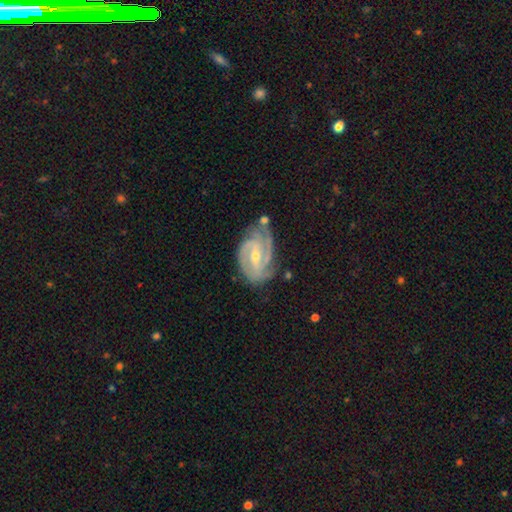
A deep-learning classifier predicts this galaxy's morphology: Smooth or featured?
  - featured or disk: 91% *
  - star or artifact: 5%
  - smooth: 5%
Edge-on disk?
  - no: 97% *
  - yes: 3%
Bar?
  - weak: 48% *
  - strong: 31%
  - no: 21%
Spiral arms?
  - yes: 98% *
  - no: 2%
Spiral winding?
  - tight: 52% *
  - medium: 41%
  - loose: 7%
Spiral arm count?
  - 2: 41% *
  - 3: 37%
  - can't tell: 8%
  - 4: 7%
  - 1: 3%
  - more than 4: 3%
Bulge size?
  - small: 55% *
  - moderate: 42%
  - none: 1%
  - large: 1%
  - dominant: 1%
Merging?
  - none: 63% *
  - minor disturbance: 24%
  - major disturbance: 8%
  - merger: 5%